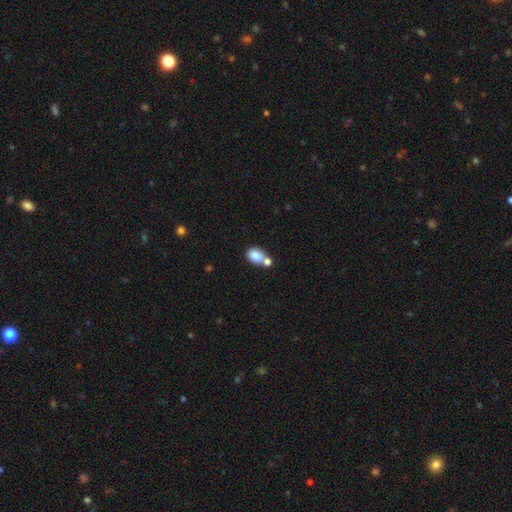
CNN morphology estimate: Smooth or featured? Predicted: smooth (p=0.83). How rounded? Predicted: in between (p=0.60). Merging? Predicted: merger (p=0.46).